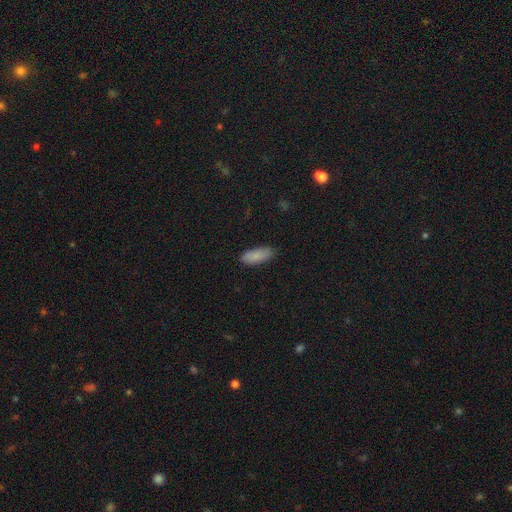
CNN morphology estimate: This is clearly a smooth galaxy (86%). How rounded: likely in between (77%). Merging: clearly none (80%).